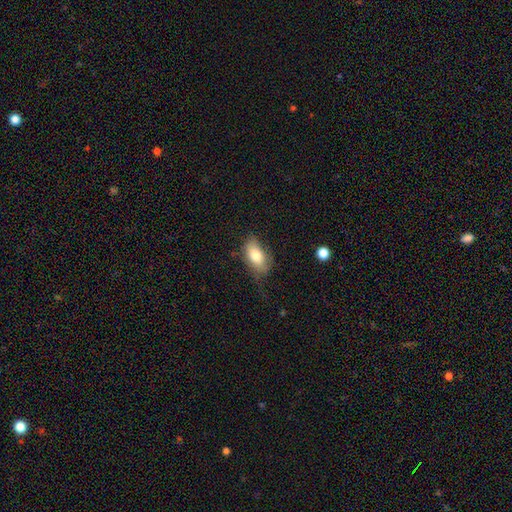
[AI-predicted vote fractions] The model was most divided on "merging": none: 59%, minor disturbance: 28%, major disturbance: 11%, merger: 2%. More confident: how rounded — in between (91%); smooth or featured — smooth (77%).